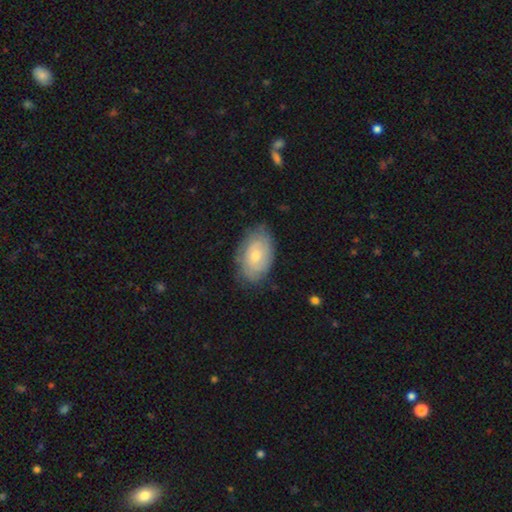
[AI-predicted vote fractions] This appears to be a featured or disk galaxy (49%). Merging: none (74%).